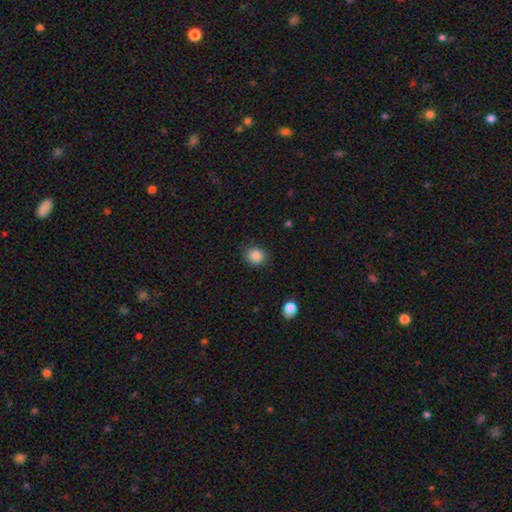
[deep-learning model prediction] Smooth or featured? Predicted: smooth (p=0.87). How rounded? Predicted: round (p=0.67). Merging? Predicted: none (p=0.82).